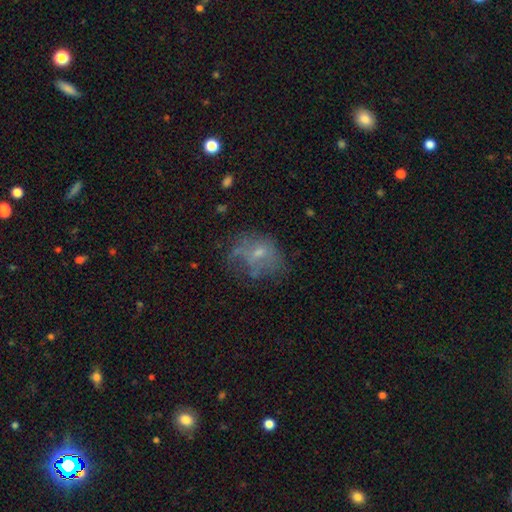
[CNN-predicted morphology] smooth-or-featured: smooth: 42% | featured or disk: 39% | star or artifact: 19%
  merging: none: 50% | minor disturbance: 24% | major disturbance: 23% | merger: 3%